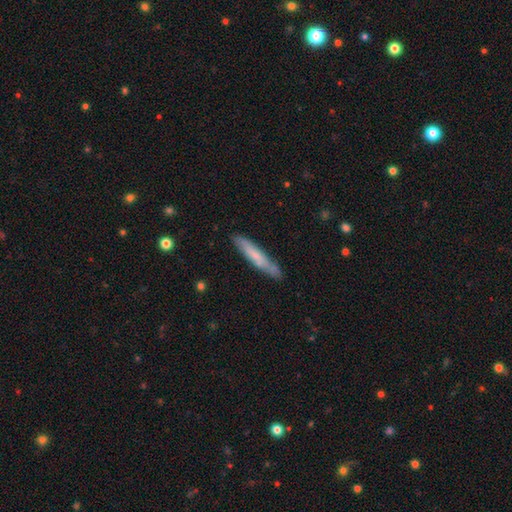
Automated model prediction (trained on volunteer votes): Morphology: type=smooth (61%); roundness=cigar-shaped (92%); merging=none (80%).